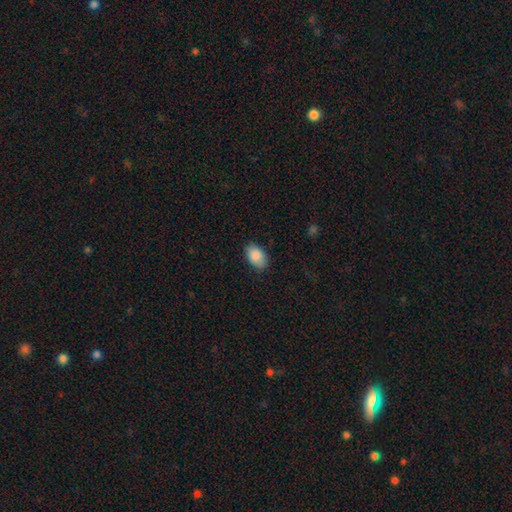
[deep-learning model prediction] This appears to be a smooth galaxy with no disk features (89%) that is in between round and cigar-shaped (91%). Merging: none (82%).